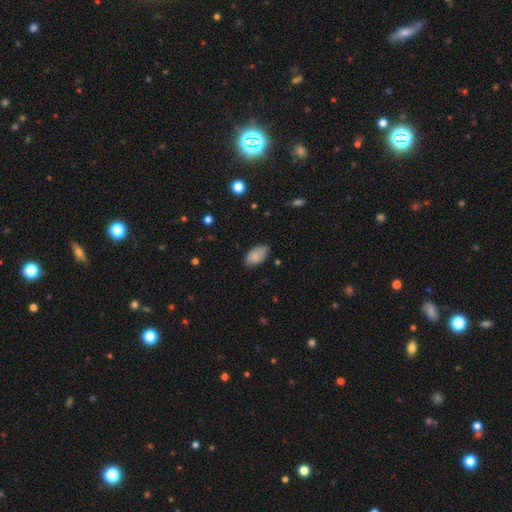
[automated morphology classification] Smooth or featured?
  - smooth: 85% *
  - featured or disk: 8%
  - star or artifact: 7%
How rounded?
  - in between: 94% *
  - round: 4%
  - cigar-shaped: 2%
Merging?
  - none: 75% *
  - minor disturbance: 20%
  - major disturbance: 4%
  - merger: 2%